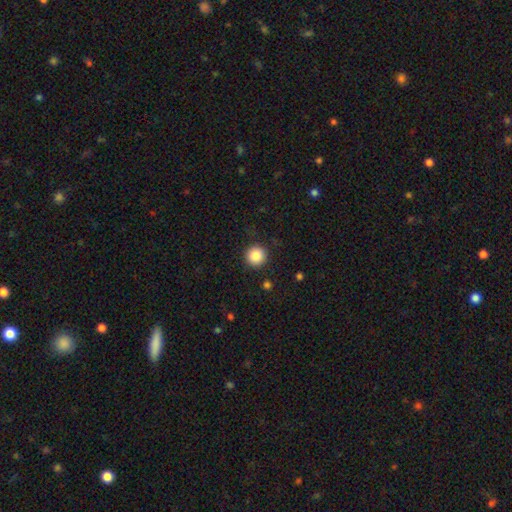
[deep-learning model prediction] Smooth or featured? smooth (86%)
How rounded? round (95%)
Merging? none (91%)